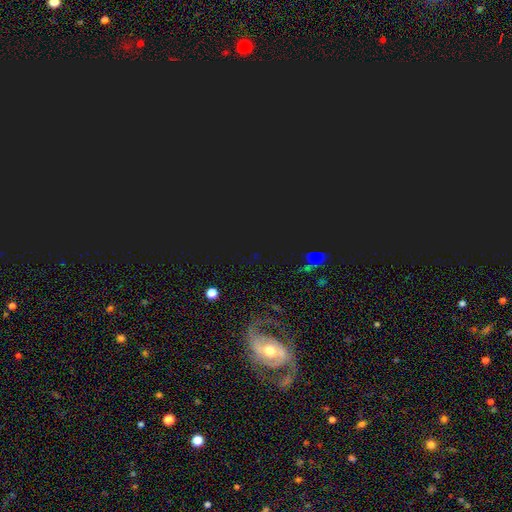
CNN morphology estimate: A star or artifact, not a galaxy (77%).

Vote fractions:
- Smooth or featured? star or artifact: 77% / smooth: 15% / featured or disk: 8%